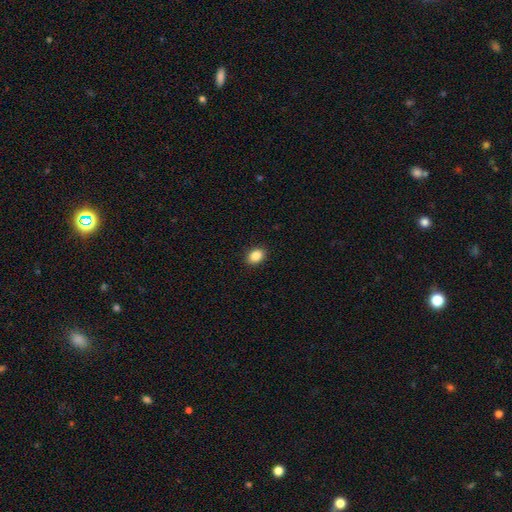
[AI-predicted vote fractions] Overall: smooth (87%). How rounded: in between (68%; round 31%). Merging: none (91%).